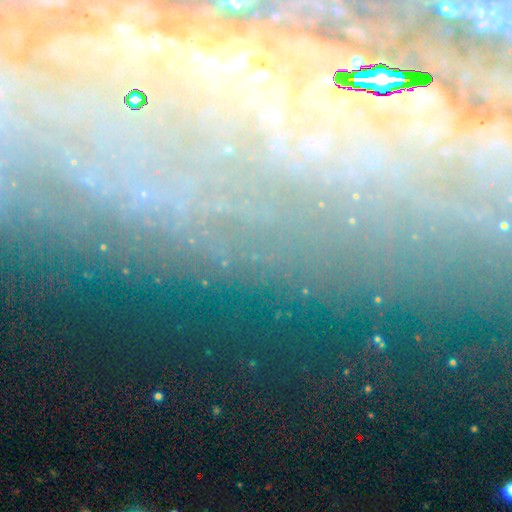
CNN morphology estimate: smooth_or_featured: star or artifact (p=0.56) [alt: featured or disk p=0.29]